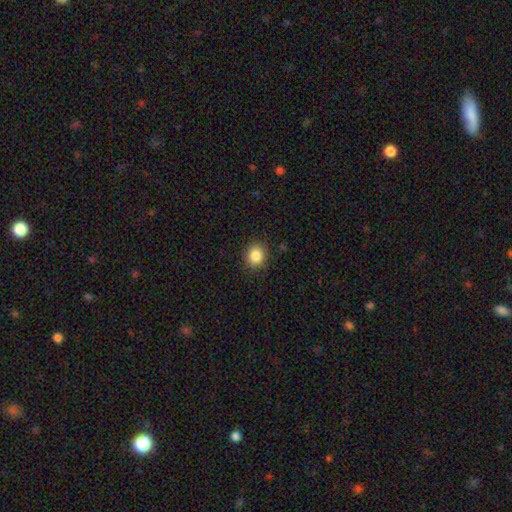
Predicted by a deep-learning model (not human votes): Smooth or featured? smooth (86%)
How rounded? round (73%)
Merging? none (88%)